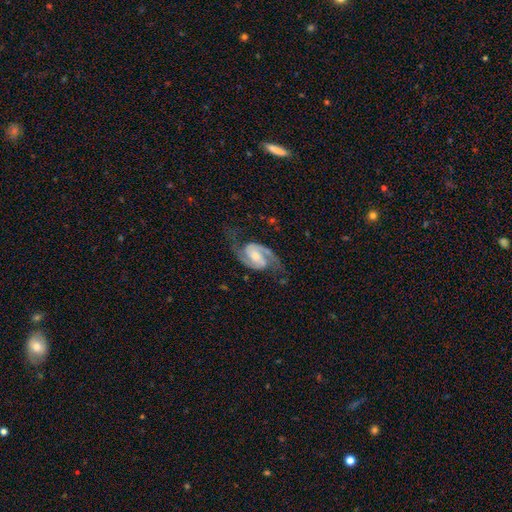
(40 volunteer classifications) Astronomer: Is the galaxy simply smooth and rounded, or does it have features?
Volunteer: featured or disk — 90%.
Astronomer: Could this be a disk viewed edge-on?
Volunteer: no — 94%.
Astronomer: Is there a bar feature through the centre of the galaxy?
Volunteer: weak — 44% (runner-up: no, 29%).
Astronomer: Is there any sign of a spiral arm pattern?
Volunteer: yes — 97%.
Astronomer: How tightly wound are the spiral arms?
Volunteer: medium — 42% (runner-up: loose, 33%).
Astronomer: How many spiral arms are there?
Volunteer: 2 — 97%.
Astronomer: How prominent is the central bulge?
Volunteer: moderate — 59%.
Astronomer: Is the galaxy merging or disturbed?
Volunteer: none — 68%.